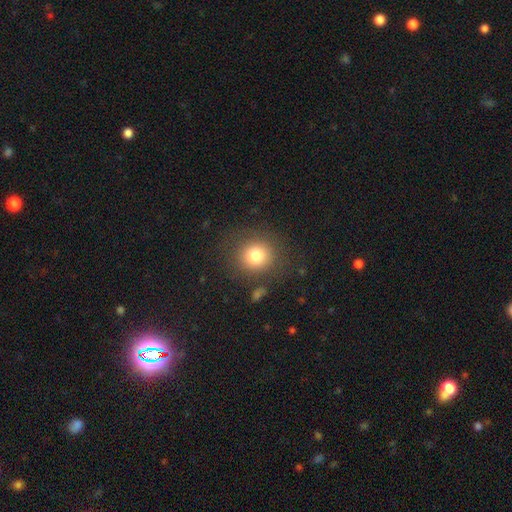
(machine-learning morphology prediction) A smooth galaxy with no disk features (79%) that is round (87%). Merging: none (83%).